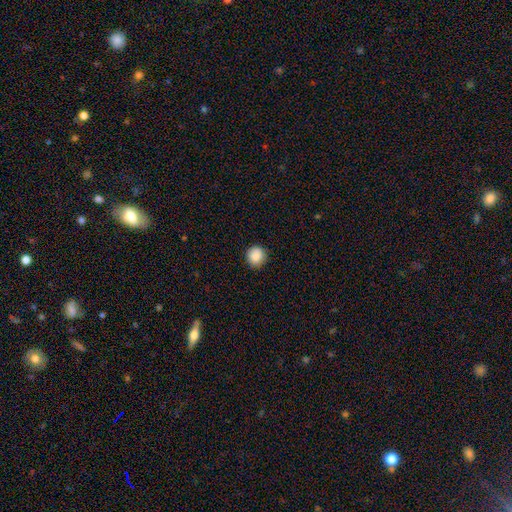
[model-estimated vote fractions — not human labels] Q: Smooth or featured?
A: smooth (88%); runner-up: star or artifact (9%)
Q: How rounded?
A: round (92%); runner-up: in between (7%)
Q: Merging?
A: none (89%); runner-up: minor disturbance (8%)